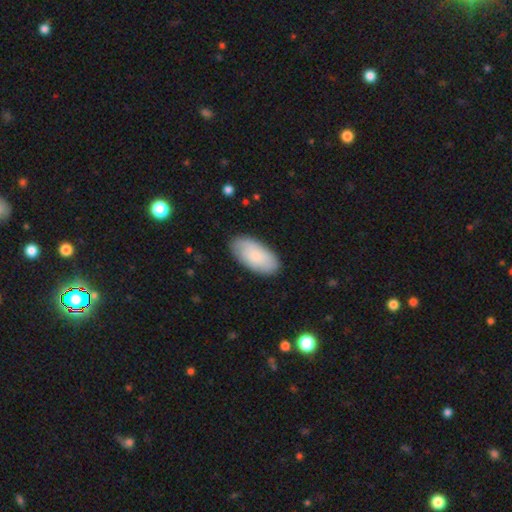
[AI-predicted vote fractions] Overall: smooth (78%). How rounded: in between (95%). Merging: none (84%).